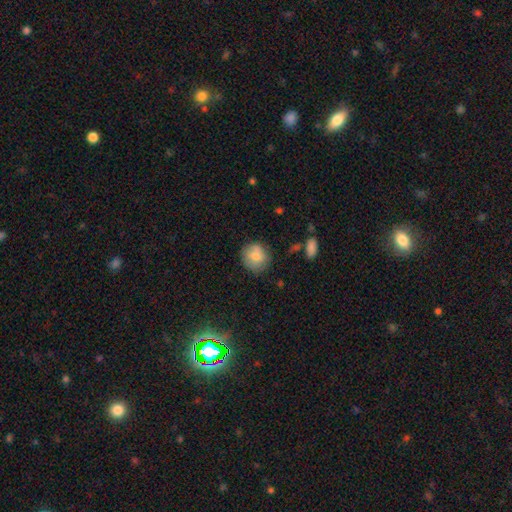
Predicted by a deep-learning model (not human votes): smooth-or-featured: smooth: 76% | featured or disk: 16% | star or artifact: 8%
  how-rounded: round: 83% | in between: 16% | cigar-shaped: 1%
  merging: none: 71% | minor disturbance: 20% | major disturbance: 5% | merger: 4%